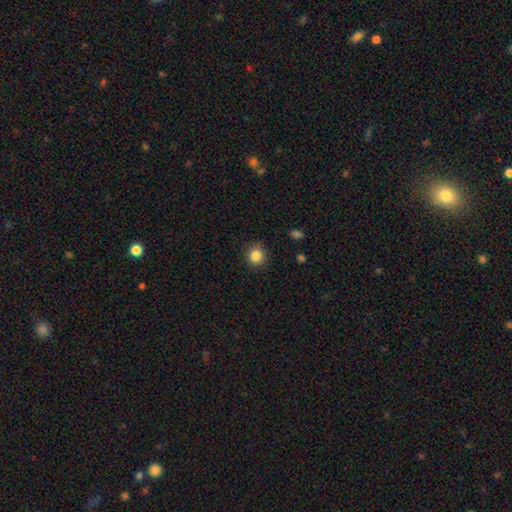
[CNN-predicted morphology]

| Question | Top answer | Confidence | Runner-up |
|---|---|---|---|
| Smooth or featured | smooth | 85% | star or artifact (11%) |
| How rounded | round | 91% | in between (8%) |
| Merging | none | 86% | minor disturbance (11%) |